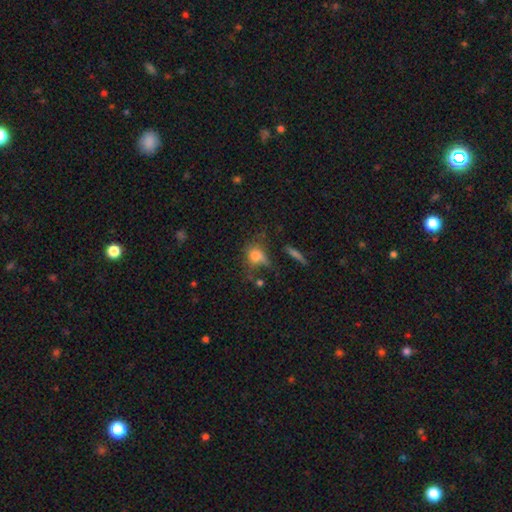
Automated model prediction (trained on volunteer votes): Q: Smooth or featured?
A: smooth (75%); runner-up: featured or disk (13%)
Q: How rounded?
A: round (54%); runner-up: in between (43%)
Q: Merging?
A: none (48%); runner-up: minor disturbance (24%)